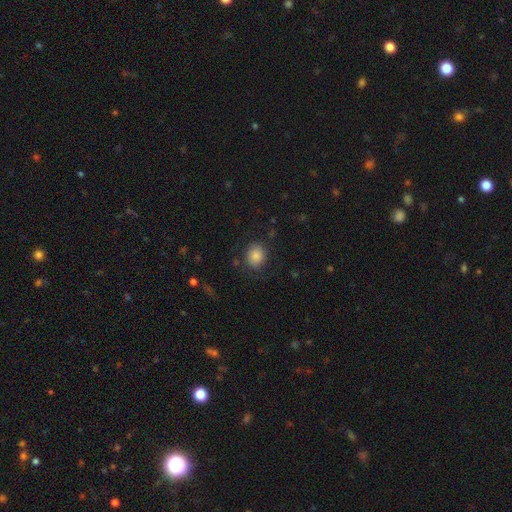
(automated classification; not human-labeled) smooth_or_featured: smooth (p=0.84) [alt: star or artifact p=0.10]
how_rounded: round (p=0.68) [alt: in between p=0.31]
merging: none (p=0.81) [alt: minor disturbance p=0.12]